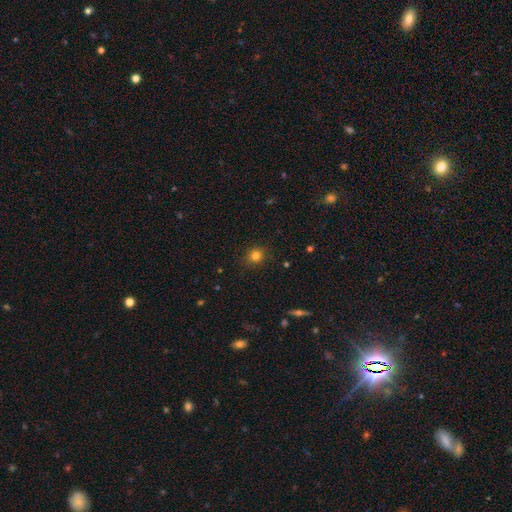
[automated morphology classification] Overall: smooth (80%). How rounded: round (83%). Merging: none (88%).